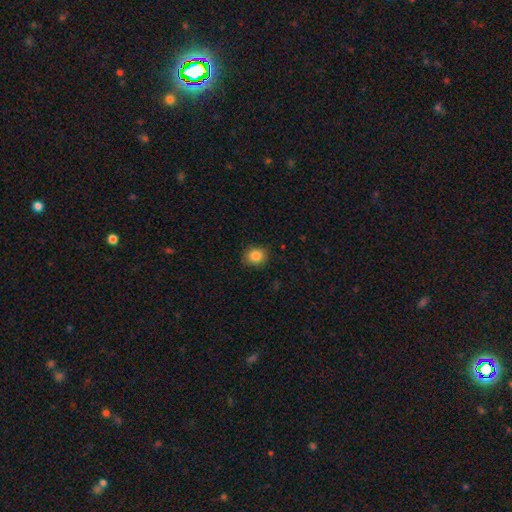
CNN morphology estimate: Overall: smooth (86%). How rounded: round (74%). Merging: none (83%).